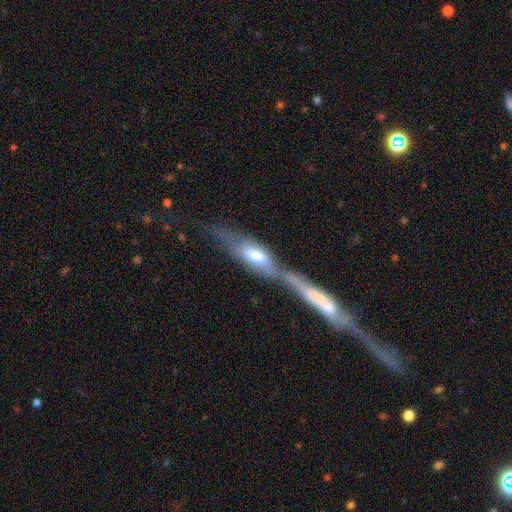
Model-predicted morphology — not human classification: Smooth or featured?
  - smooth: 50% *
  - featured or disk: 43%
  - star or artifact: 7%
How rounded?
  - in between: 50% *
  - cigar-shaped: 46%
  - round: 4%
Merging?
  - merger: 63% *
  - none: 21%
  - minor disturbance: 9%
  - major disturbance: 7%